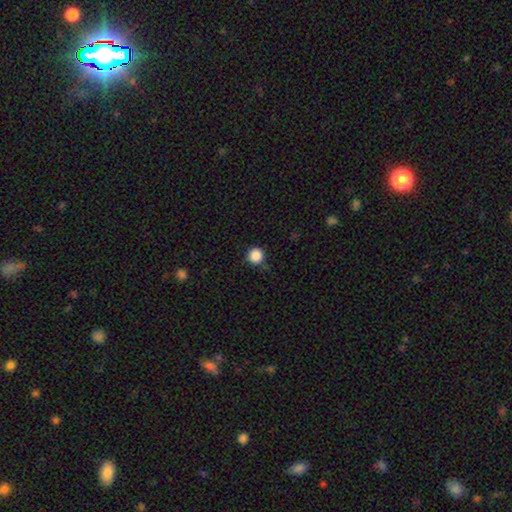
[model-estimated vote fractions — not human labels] Q: Smooth or featured?
A: smooth (87%); runner-up: star or artifact (11%)
Q: How rounded?
A: round (95%); runner-up: in between (4%)
Q: Merging?
A: none (87%); runner-up: minor disturbance (9%)